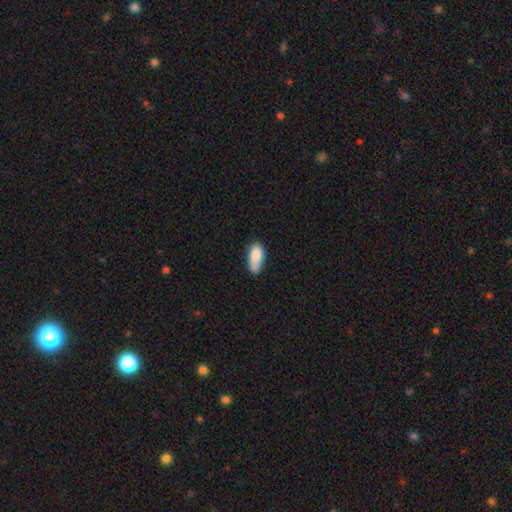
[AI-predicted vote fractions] smooth_or_featured: smooth (p=0.84) [alt: featured or disk p=0.09]
how_rounded: in between (p=0.87) [alt: cigar-shaped p=0.10]
merging: none (p=0.58) [alt: minor disturbance p=0.30]